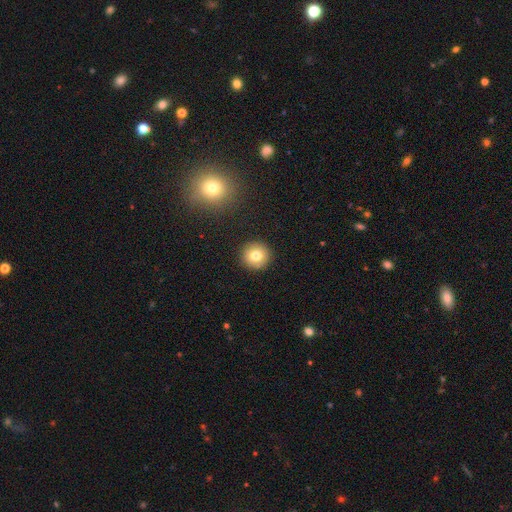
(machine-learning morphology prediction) This is likely a smooth galaxy (76%). How rounded: clearly round (95%). Merging: clearly none (91%).